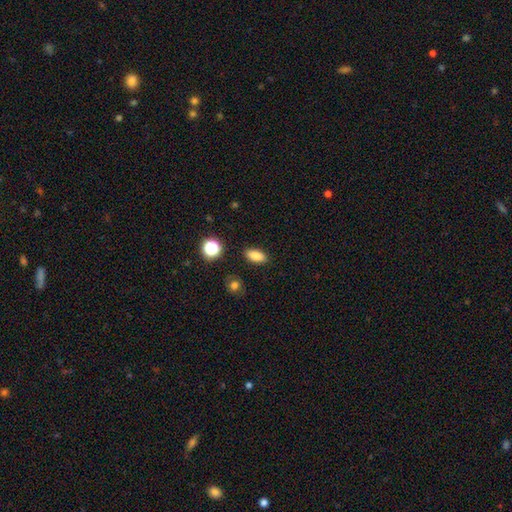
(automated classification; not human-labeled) smooth_or_featured: smooth (p=0.83) [alt: star or artifact p=0.11]
how_rounded: in between (p=0.84) [alt: cigar-shaped p=0.08]
merging: none (p=0.87) [alt: minor disturbance p=0.09]